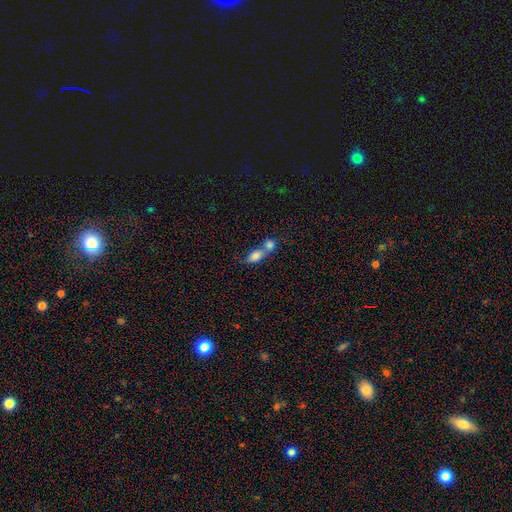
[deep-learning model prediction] Smooth or featured? smooth (78%)
How rounded? in between (79%)
Merging? merger (70%)